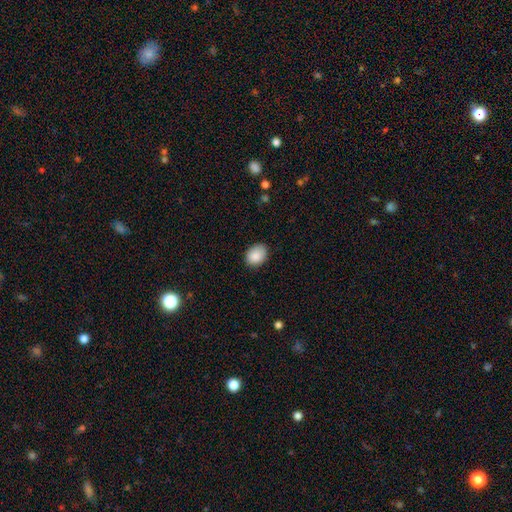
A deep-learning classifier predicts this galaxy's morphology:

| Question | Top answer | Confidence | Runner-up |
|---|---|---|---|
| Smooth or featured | smooth | 88% | star or artifact (7%) |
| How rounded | in between | 66% | round (33%) |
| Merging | none | 81% | minor disturbance (15%) |